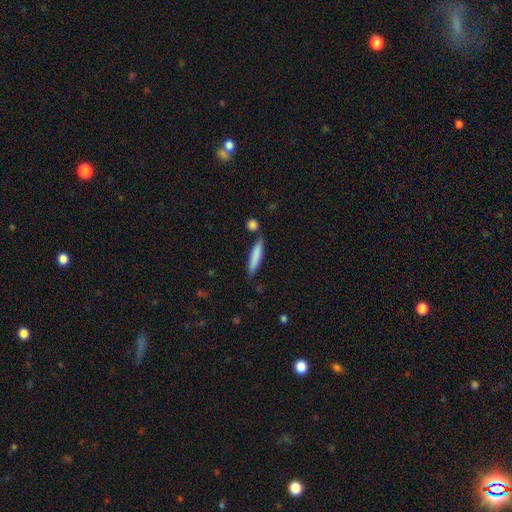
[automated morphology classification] smooth 79%, featured or disk 15%, star or artifact 6%. Down the decision tree: how rounded — cigar-shaped (88%); merging — none (76%).